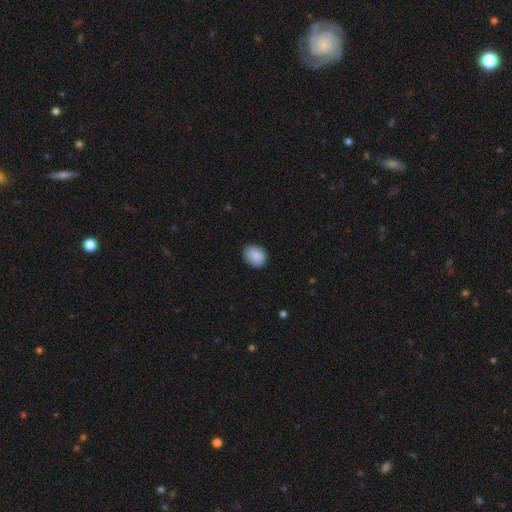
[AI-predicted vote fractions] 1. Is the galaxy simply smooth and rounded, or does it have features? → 89% smooth, 7% star or artifact, 4% featured or disk.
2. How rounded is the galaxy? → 61% in between, 38% round, 1% cigar-shaped.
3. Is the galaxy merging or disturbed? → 82% none, 14% minor disturbance, 3% major disturbance, 1% merger.